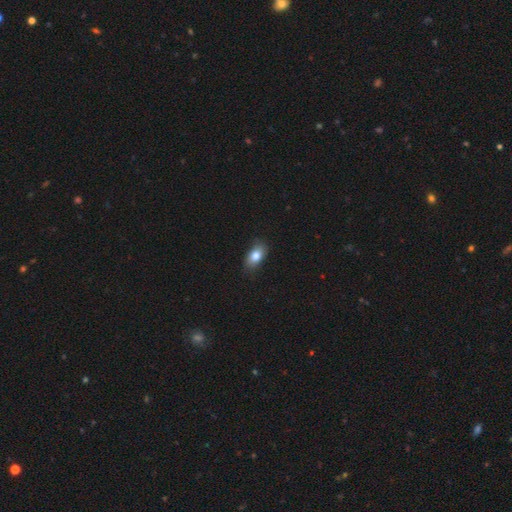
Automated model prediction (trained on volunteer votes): This is clearly a smooth galaxy (82%). How rounded: clearly in between (89%). Merging: clearly none (81%).